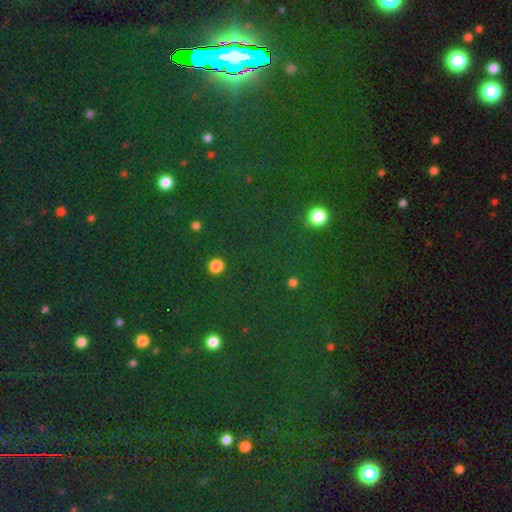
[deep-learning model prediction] The model was most divided on "smooth or featured": star or artifact: 73%, smooth: 18%, featured or disk: 9%.